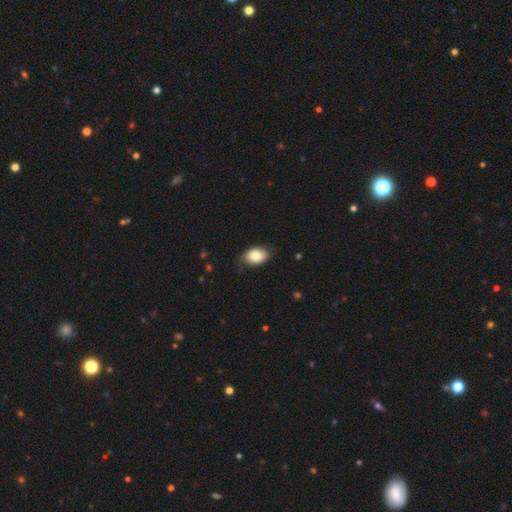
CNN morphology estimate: A smooth galaxy with no disk features (81%) that is in between round and cigar-shaped (85%). Merging: none (74%).